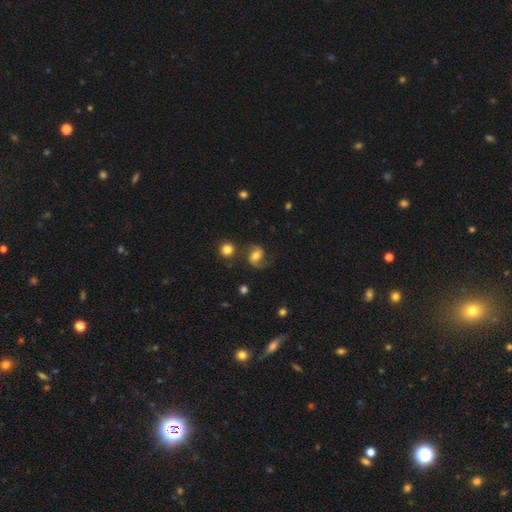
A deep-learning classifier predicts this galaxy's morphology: smooth_or_featured: featured or disk (p=0.55) [alt: smooth p=0.35]
disk_edge_on: no (p=0.97) [alt: yes p=0.03]
bar: no (p=0.44) [alt: weak p=0.41]
has_spiral_arms: yes (p=0.90) [alt: no p=0.10]
bulge_size: moderate (p=0.64) [alt: large p=0.16]
merging: none (p=0.65) [alt: minor disturbance p=0.18]